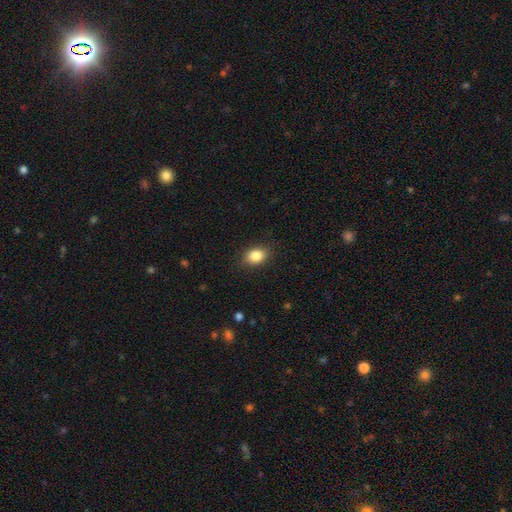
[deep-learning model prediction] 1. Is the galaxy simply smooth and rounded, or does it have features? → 86% smooth, 9% star or artifact, 5% featured or disk.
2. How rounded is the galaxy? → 66% in between, 33% round, 1% cigar-shaped.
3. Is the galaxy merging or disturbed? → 86% none, 10% minor disturbance, 3% major disturbance, 1% merger.